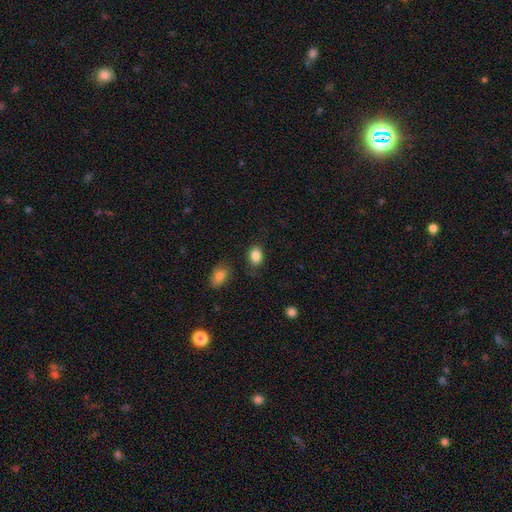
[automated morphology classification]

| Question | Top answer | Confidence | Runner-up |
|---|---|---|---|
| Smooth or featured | smooth | 86% | star or artifact (9%) |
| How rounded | in between | 72% | round (26%) |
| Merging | none | 80% | minor disturbance (14%) |